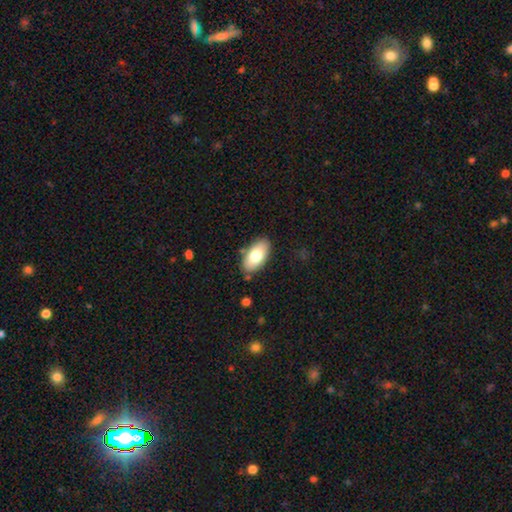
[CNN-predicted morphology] This is likely a smooth galaxy (77%). How rounded: clearly in between (94%). Merging: clearly none (84%).